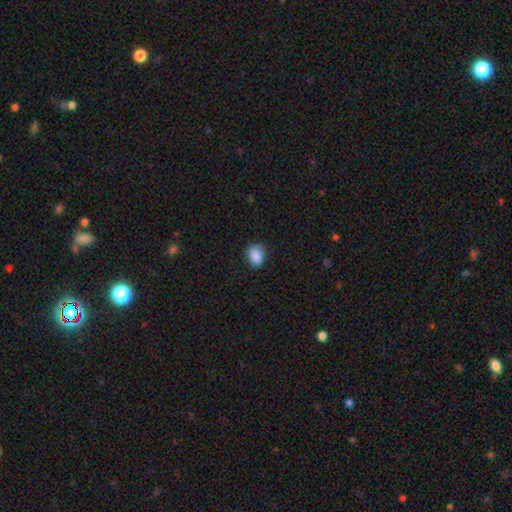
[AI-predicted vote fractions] Overall: smooth (86%). How rounded: in between (56%; round 43%). Merging: none (68%).